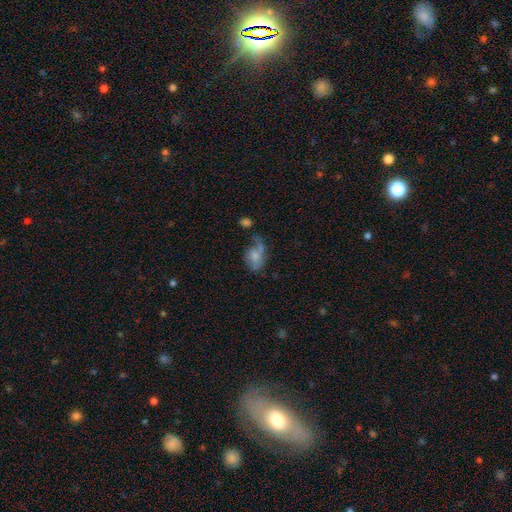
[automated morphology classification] This is possibly a smooth galaxy (52%). How rounded: clearly in between (81%). Merging: marginally major disturbance (35%).